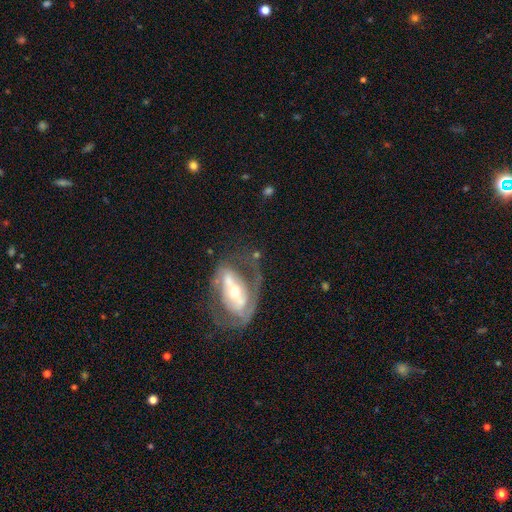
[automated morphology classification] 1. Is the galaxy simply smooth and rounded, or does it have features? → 75% featured or disk, 18% smooth, 7% star or artifact.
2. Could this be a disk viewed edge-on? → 91% no, 9% yes.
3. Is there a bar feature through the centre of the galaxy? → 43% no, 31% strong, 27% weak.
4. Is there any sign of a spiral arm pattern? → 63% yes, 37% no.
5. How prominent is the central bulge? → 54% moderate, 38% small, 6% large, 1% none, 1% dominant.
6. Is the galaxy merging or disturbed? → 41% none, 31% major disturbance, 19% minor disturbance, 9% merger.